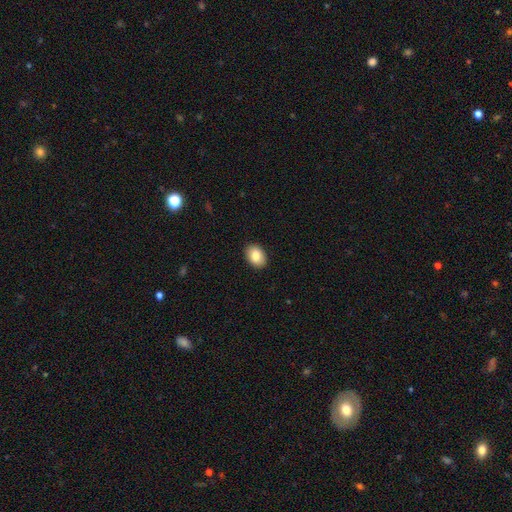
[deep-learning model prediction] Morphology: type=smooth (85%); roundness=in between (81%); merging=none (90%).